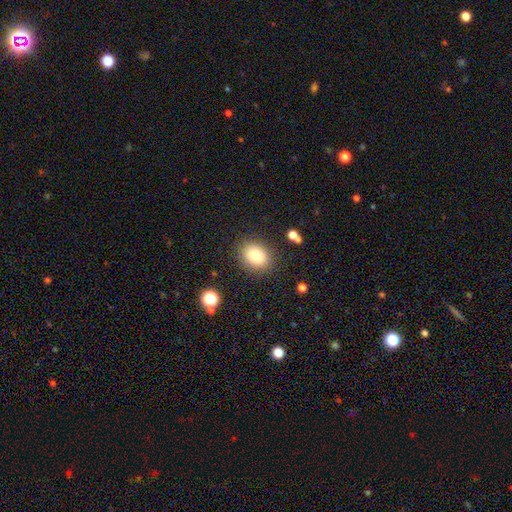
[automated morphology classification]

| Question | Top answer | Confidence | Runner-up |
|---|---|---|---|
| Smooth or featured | smooth | 84% | star or artifact (9%) |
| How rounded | in between | 64% | round (35%) |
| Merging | none | 85% | minor disturbance (10%) |